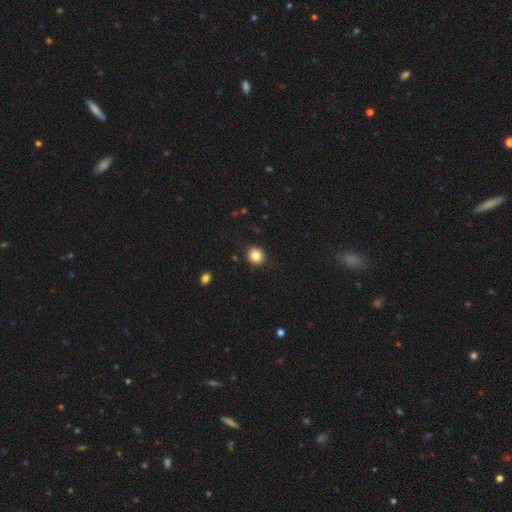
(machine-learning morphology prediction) Smooth or featured: smooth — 83% (star or artifact — 10%)
How rounded: round — 81% (in between — 18%)
Merging: none — 89% (minor disturbance — 8%)